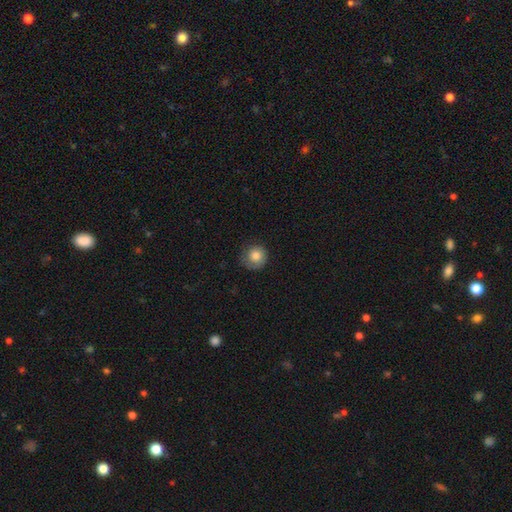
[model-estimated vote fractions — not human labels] smooth-or-featured: smooth: 80% | featured or disk: 12% | star or artifact: 8%
  how-rounded: round: 91% | in between: 8% | cigar-shaped: 1%
  merging: none: 72% | minor disturbance: 20% | major disturbance: 7% | merger: 1%